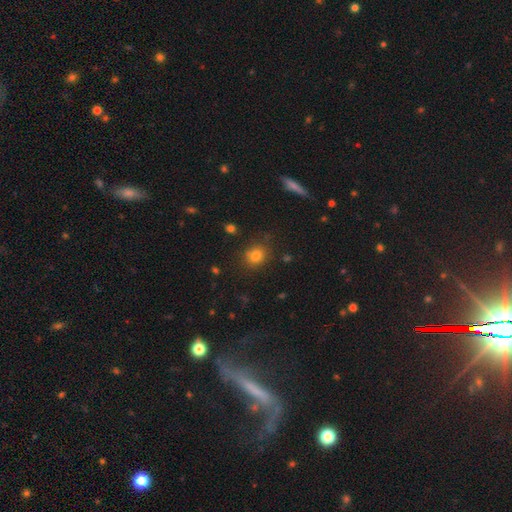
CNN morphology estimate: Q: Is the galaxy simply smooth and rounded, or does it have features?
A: smooth — 80%.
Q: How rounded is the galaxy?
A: round — 73%.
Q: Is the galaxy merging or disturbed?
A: none — 82%.